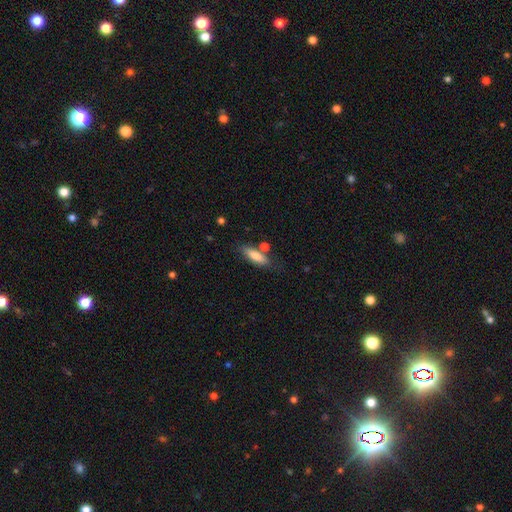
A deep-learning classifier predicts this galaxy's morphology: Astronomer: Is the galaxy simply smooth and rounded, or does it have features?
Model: smooth — 80%.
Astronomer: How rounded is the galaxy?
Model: in between — 49%, tied with cigar-shaped at 49%.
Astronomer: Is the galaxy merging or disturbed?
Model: none — 68%.